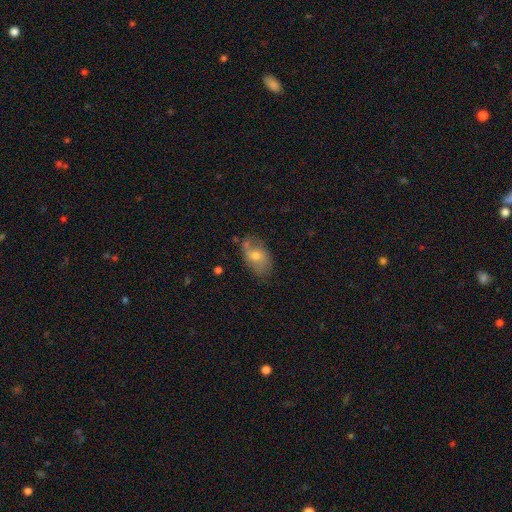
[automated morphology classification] The model was most divided on "smooth or featured": smooth: 50%, featured or disk: 41%, star or artifact: 9%. More confident: merging — none (64%).